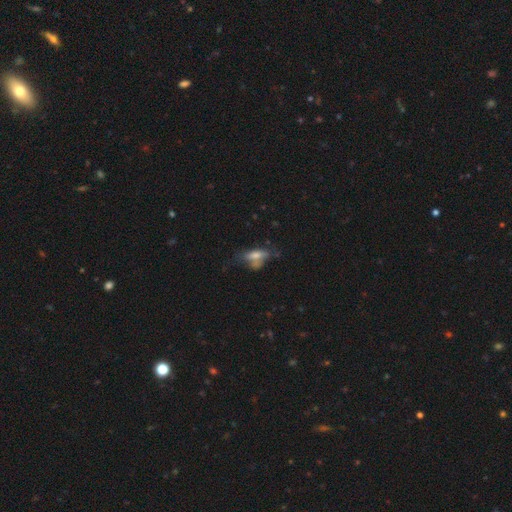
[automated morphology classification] A smooth galaxy with no disk features (61%) that is in between round and cigar-shaped (70%).

Vote fractions:
- Smooth or featured? smooth: 61% / featured or disk: 28% / star or artifact: 11%
- How rounded? in between: 70% / cigar-shaped: 26% / round: 4%
- Merging? none: 35% / minor disturbance: 26% / major disturbance: 25% / merger: 15%